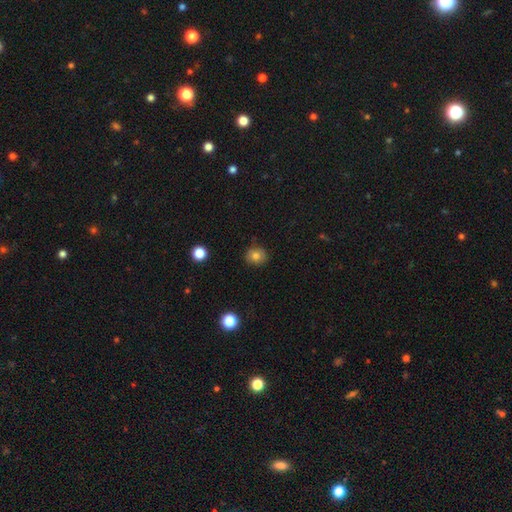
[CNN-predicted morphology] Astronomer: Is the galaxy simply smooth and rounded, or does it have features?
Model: smooth — 80%.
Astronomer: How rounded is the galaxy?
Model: round — 78%.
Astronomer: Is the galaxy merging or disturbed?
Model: none — 86%.